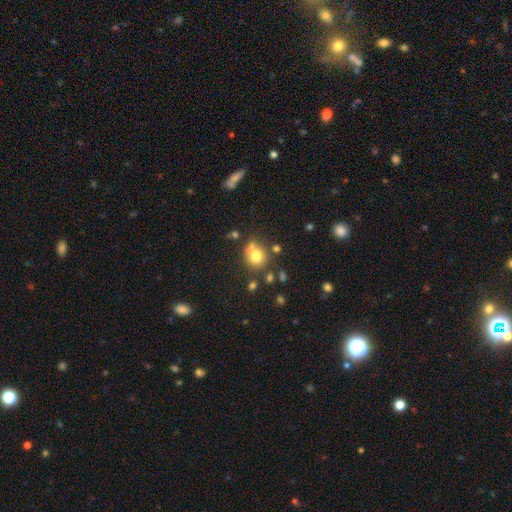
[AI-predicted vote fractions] The model was most divided on "merging": none: 56%, merger: 19%, minor disturbance: 17%, major disturbance: 8%. More confident: how rounded — round (77%); smooth or featured — smooth (75%).